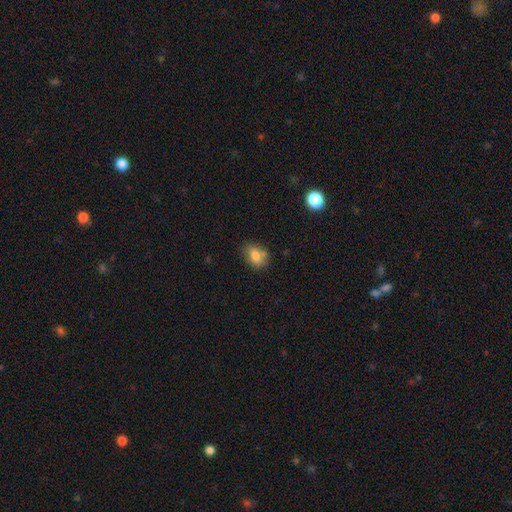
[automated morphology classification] smooth 79%, featured or disk 12%, star or artifact 10%. Down the decision tree: how rounded — in between (75%); merging — none (70%).